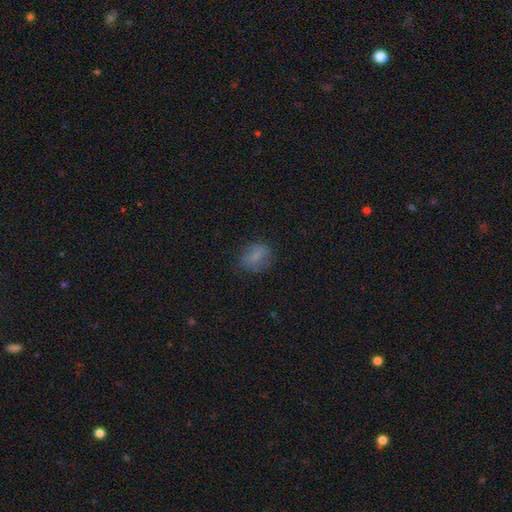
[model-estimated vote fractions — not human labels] This is likely a smooth galaxy (70%). How rounded: possibly in between (59%). Merging: likely none (70%).